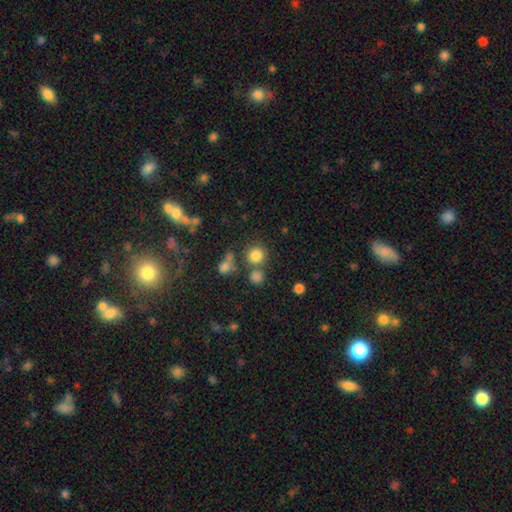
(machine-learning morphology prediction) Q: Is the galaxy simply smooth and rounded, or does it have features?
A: smooth — 80%.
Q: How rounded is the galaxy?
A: round — 89%.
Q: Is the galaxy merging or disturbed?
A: none — 68%.